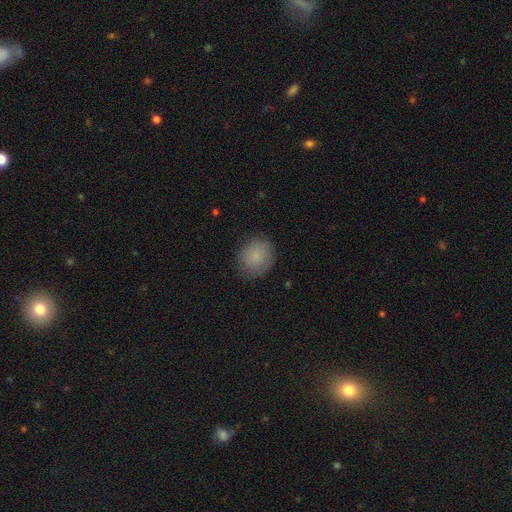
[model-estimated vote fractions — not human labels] Smooth or featured? smooth (84%)
How rounded? round (76%)
Merging? none (79%)